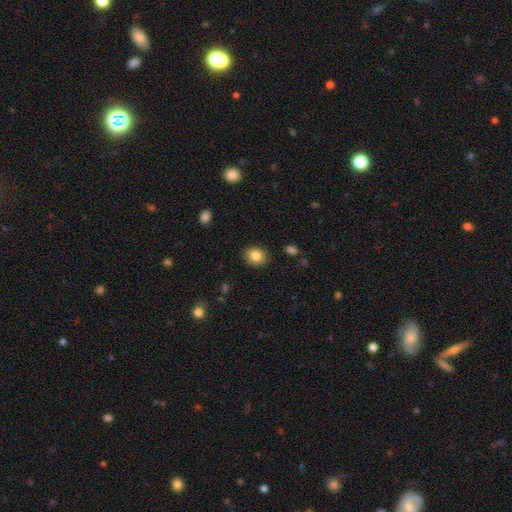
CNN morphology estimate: A smooth galaxy with no disk features (85%) that is round (68%). Merging: none (89%).